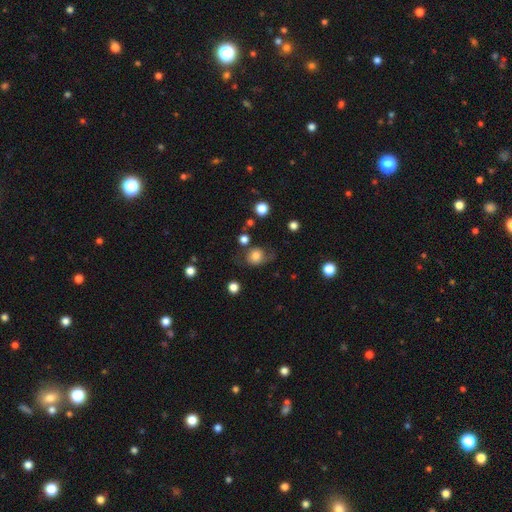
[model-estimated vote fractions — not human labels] A smooth galaxy with no disk features (72%) that is round (65%). Merging: none (53%).